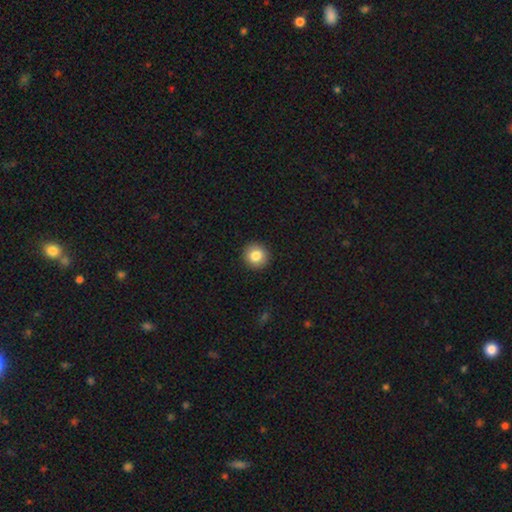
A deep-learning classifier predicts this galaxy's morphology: The model was most divided on "smooth or featured": smooth: 84%, star or artifact: 9%, featured or disk: 7%. More confident: merging — none (93%); how rounded — round (93%).